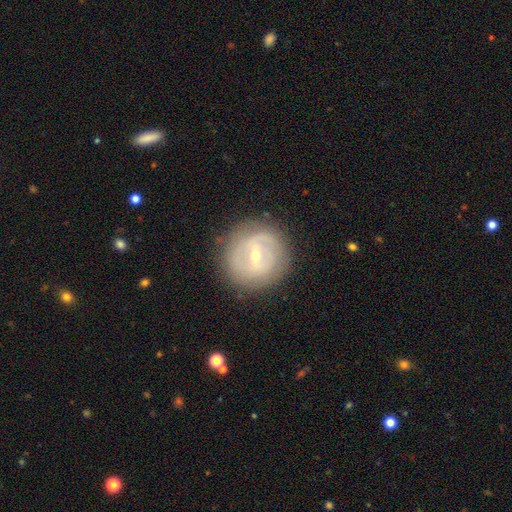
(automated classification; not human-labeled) A featured or disk galaxy (71%) with a weak bar (49%), spiral arms (60%) and a small central bulge (56%).

Vote fractions:
- Smooth or featured? featured or disk: 71% / smooth: 22% / star or artifact: 7%
- Edge-on disk? no: 96% / yes: 4%
- Bar? weak: 49% / strong: 33% / no: 17%
- Spiral arms? yes: 60% / no: 40%
- Bulge size? small: 56% / moderate: 41% / large: 1% / none: 1% / dominant: 1%
- Merging? none: 83% / minor disturbance: 11% / major disturbance: 5% / merger: 1%